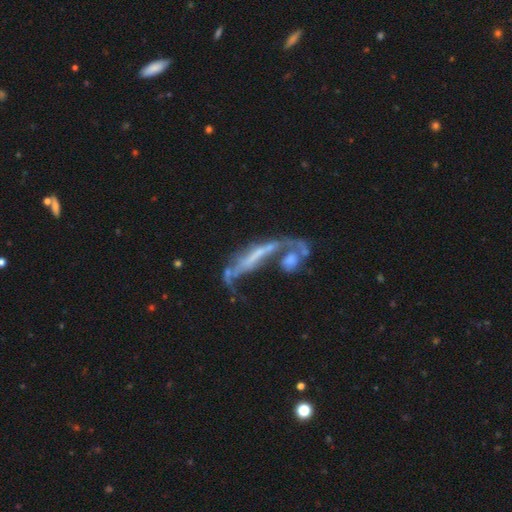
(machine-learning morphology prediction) Smooth or featured? featured or disk (65%)
Edge-on disk? no (67%)
Merging? merger (47%)